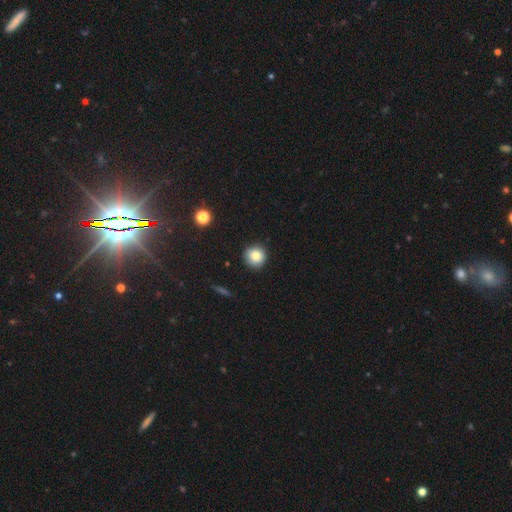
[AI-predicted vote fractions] smooth-or-featured: smooth: 81% | star or artifact: 10% | featured or disk: 8%
  how-rounded: round: 94% | in between: 5% | cigar-shaped: 1%
  merging: none: 91% | minor disturbance: 6% | major disturbance: 2% | merger: 1%